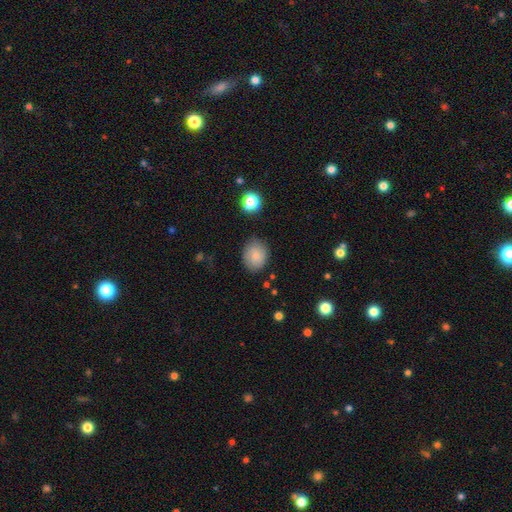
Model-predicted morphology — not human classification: Smooth or featured?
  - smooth: 82% *
  - star or artifact: 9%
  - featured or disk: 9%
How rounded?
  - round: 59% *
  - in between: 40%
  - cigar-shaped: 1%
Merging?
  - none: 81% *
  - minor disturbance: 14%
  - major disturbance: 4%
  - merger: 2%